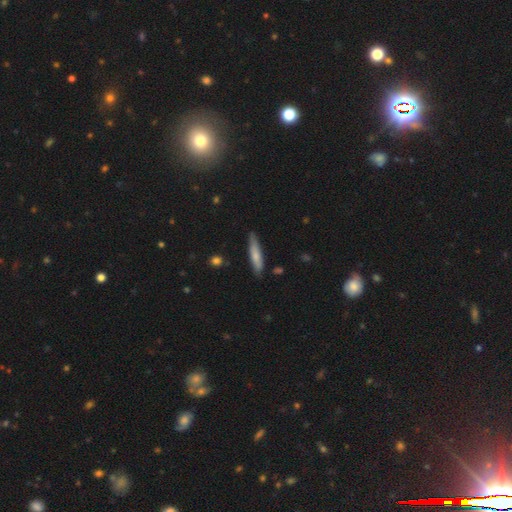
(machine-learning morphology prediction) Smooth or featured?
  - smooth: 69% *
  - featured or disk: 26%
  - star or artifact: 5%
How rounded?
  - cigar-shaped: 84% *
  - in between: 15%
  - round: 2%
Merging?
  - none: 77% *
  - minor disturbance: 18%
  - major disturbance: 3%
  - merger: 2%